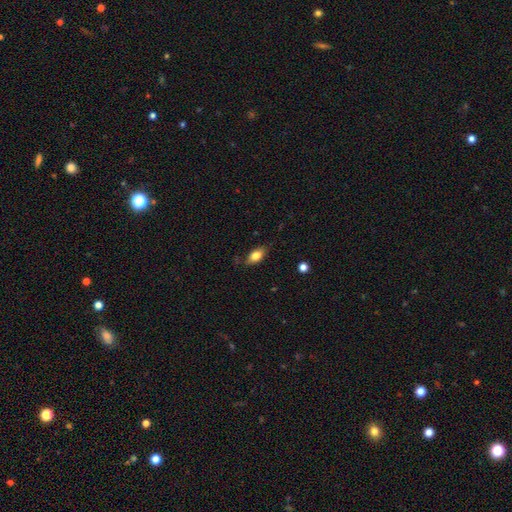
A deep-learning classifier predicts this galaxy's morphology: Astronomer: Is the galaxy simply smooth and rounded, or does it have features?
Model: smooth — 77%.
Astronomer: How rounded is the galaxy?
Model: in between — 86%.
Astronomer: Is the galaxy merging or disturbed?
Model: none — 73%.